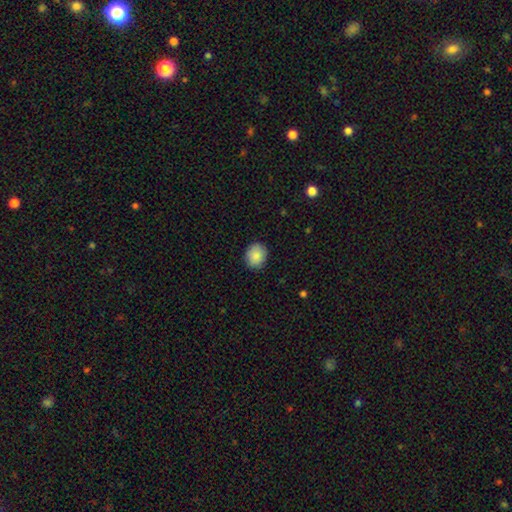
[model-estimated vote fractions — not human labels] Overall: smooth (87%). How rounded: round (64%; in between 36%). Merging: none (86%).